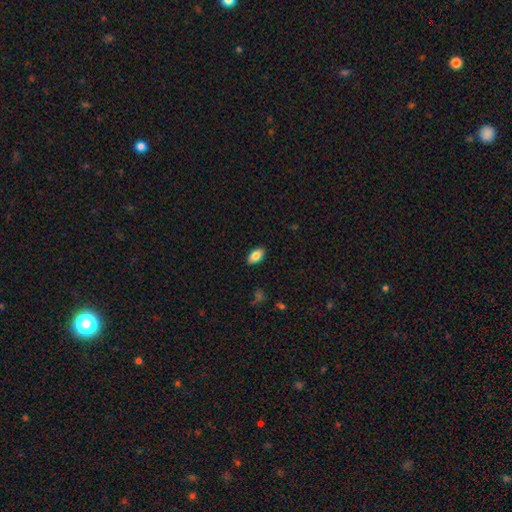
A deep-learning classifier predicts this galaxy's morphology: A smooth galaxy with no disk features (81%) that is in between round and cigar-shaped (91%).

Vote fractions:
- Smooth or featured? smooth: 81% / featured or disk: 12% / star or artifact: 7%
- How rounded? in between: 91% / cigar-shaped: 5% / round: 4%
- Merging? none: 88% / minor disturbance: 9% / major disturbance: 2% / merger: 1%